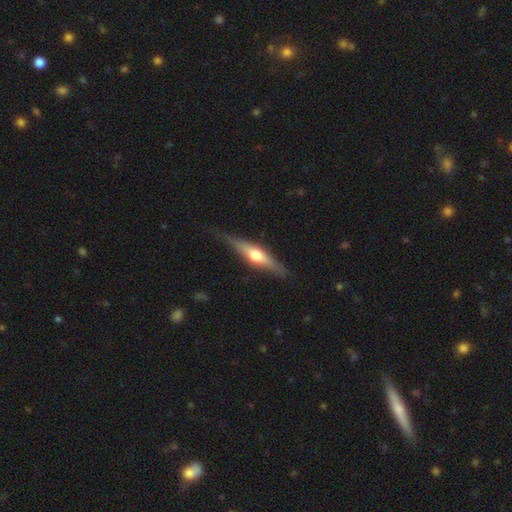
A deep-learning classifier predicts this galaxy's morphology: Smooth or featured?
  - featured or disk: 59% *
  - smooth: 36%
  - star or artifact: 5%
Edge-on disk?
  - yes: 93% *
  - no: 7%
Edge-on bulge?
  - rounded: 91% *
  - boxy: 5%
  - none: 4%
Merging?
  - none: 80% *
  - minor disturbance: 15%
  - major disturbance: 3%
  - merger: 1%